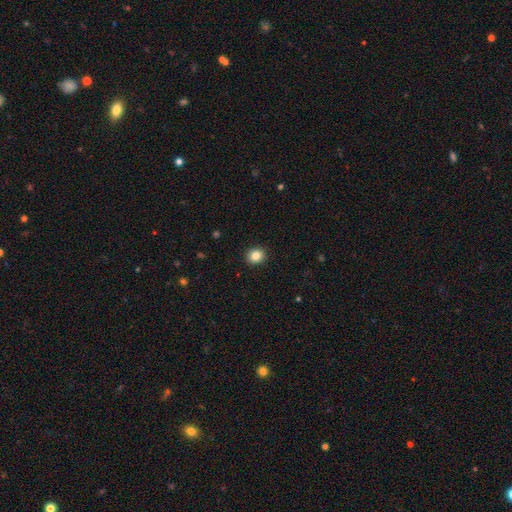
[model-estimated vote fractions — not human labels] smooth-or-featured: smooth: 85% | star or artifact: 10% | featured or disk: 5%
  how-rounded: round: 79% | in between: 21% | cigar-shaped: 1%
  merging: none: 92% | minor disturbance: 5% | major disturbance: 2% | merger: 1%